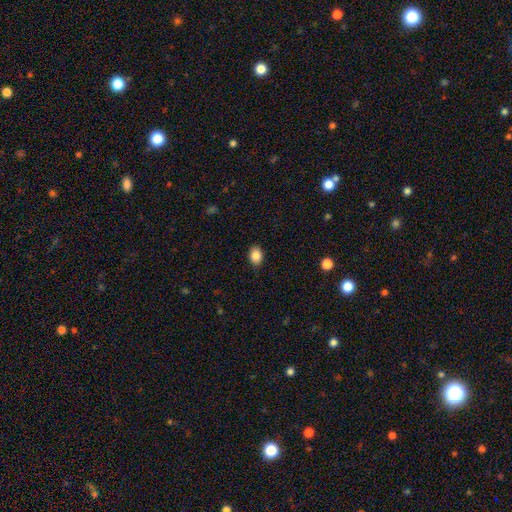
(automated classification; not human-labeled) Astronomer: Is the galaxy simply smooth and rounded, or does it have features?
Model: smooth — 87%.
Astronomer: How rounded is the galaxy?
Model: in between — 72%.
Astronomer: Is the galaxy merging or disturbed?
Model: none — 86%.